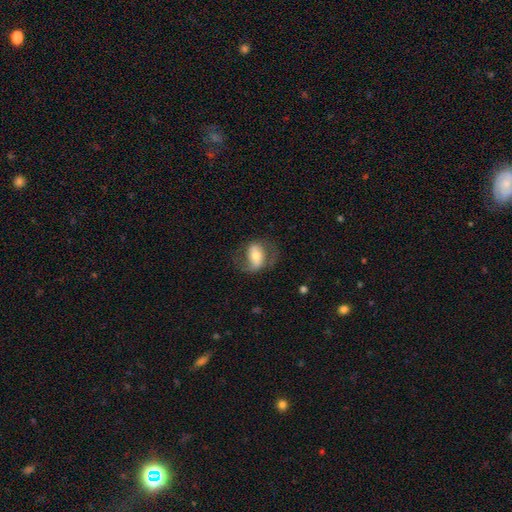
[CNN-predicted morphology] The model was most divided on "smooth or featured": featured or disk: 49%, smooth: 44%, star or artifact: 7%. More confident: merging — none (60%).